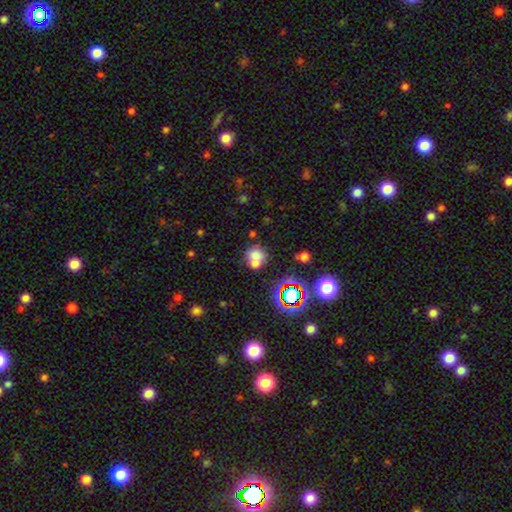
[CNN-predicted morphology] A smooth galaxy with no disk features (67%) that is round (78%). Merging: merger (47%).